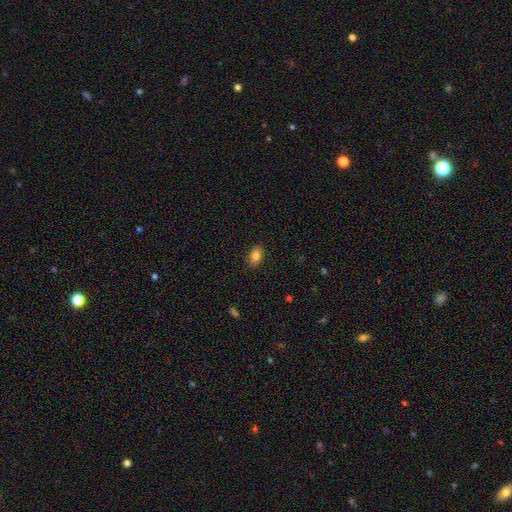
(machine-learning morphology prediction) Smooth or featured? Predicted: smooth (p=0.85). How rounded? Predicted: in between (p=0.84). Merging? Predicted: none (p=0.87).